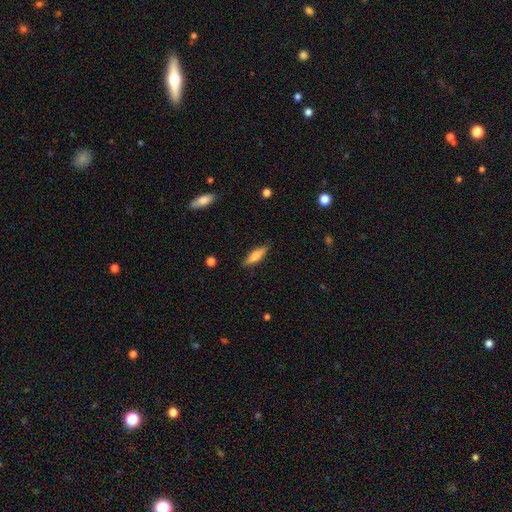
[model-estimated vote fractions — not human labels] Morphology: type=smooth (63%); roundness=cigar-shaped (58%); merging=none (86%).